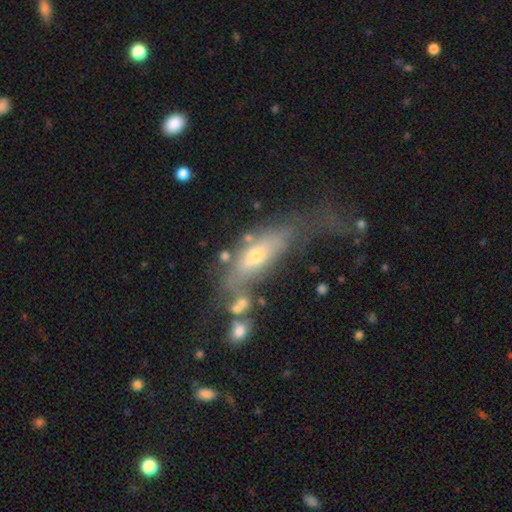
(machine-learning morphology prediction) A featured or disk galaxy (48%).

Vote fractions:
- Smooth or featured? featured or disk: 48% / smooth: 41% / star or artifact: 11%
- Merging? major disturbance: 36% / none: 25% / minor disturbance: 22% / merger: 17%